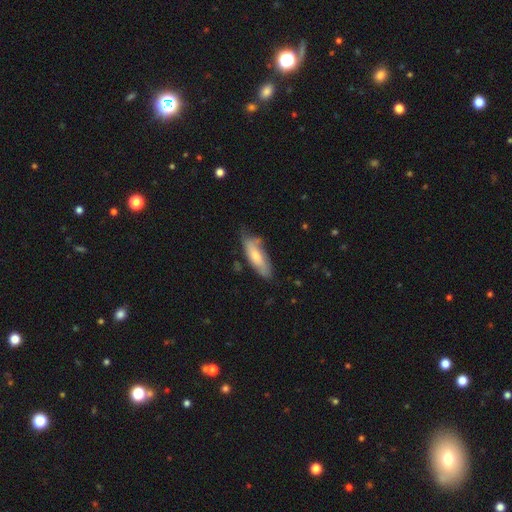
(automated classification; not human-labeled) smooth_or_featured: smooth (p=0.63) [alt: featured or disk p=0.32]
how_rounded: in between (p=0.56) [alt: cigar-shaped p=0.42]
merging: none (p=0.60) [alt: minor disturbance p=0.30]